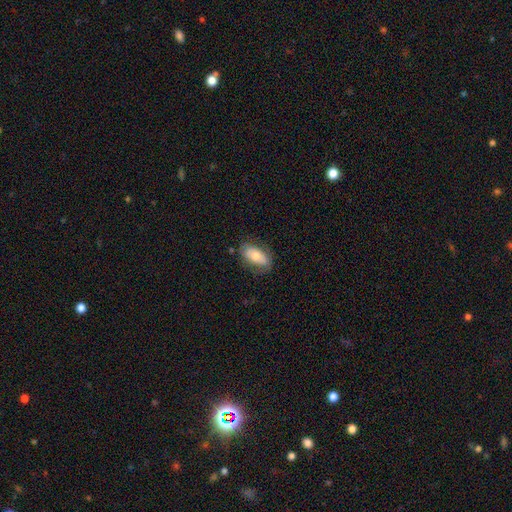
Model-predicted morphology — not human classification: A smooth galaxy with no disk features (68%) that is in between round and cigar-shaped (91%).

Vote fractions:
- Smooth or featured? smooth: 68% / featured or disk: 26% / star or artifact: 6%
- How rounded? in between: 91% / cigar-shaped: 5% / round: 4%
- Merging? none: 74% / minor disturbance: 19% / major disturbance: 6% / merger: 2%